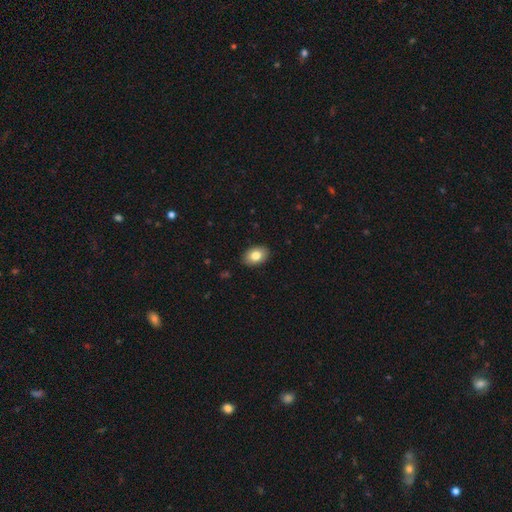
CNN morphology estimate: This appears to be a smooth galaxy with no disk features (82%) that is in between round and cigar-shaped (84%). Merging: none (90%).